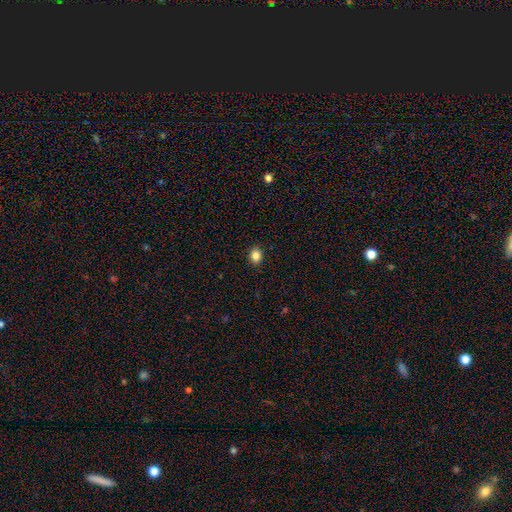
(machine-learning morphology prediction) A smooth galaxy with no disk features (85%) that is round (58%). Merging: none (91%).